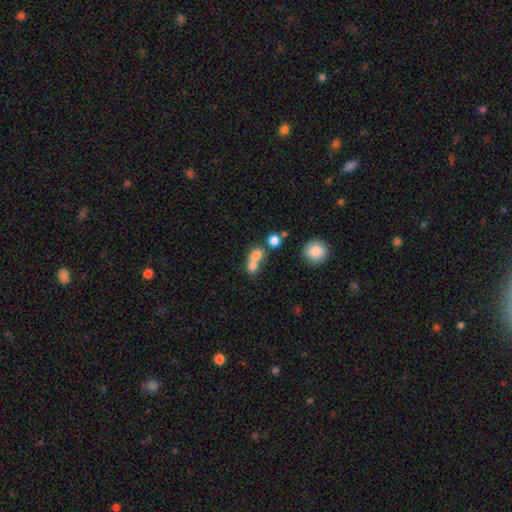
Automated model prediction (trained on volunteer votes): smooth 74%, featured or disk 14%, star or artifact 12%. Down the decision tree: how rounded — round (67%); merging — merger (64%).